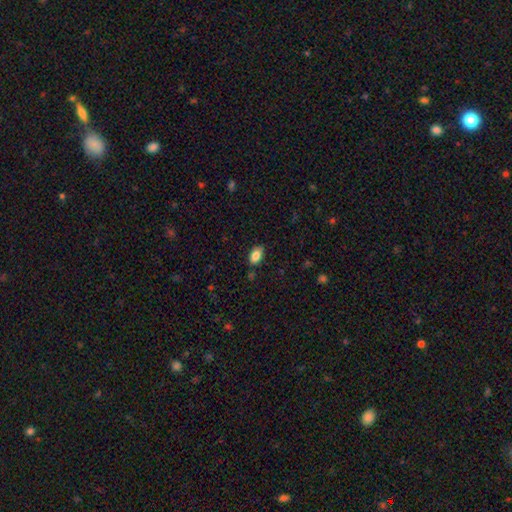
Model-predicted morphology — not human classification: Smooth or featured? smooth (85%)
How rounded? in between (90%)
Merging? none (81%)